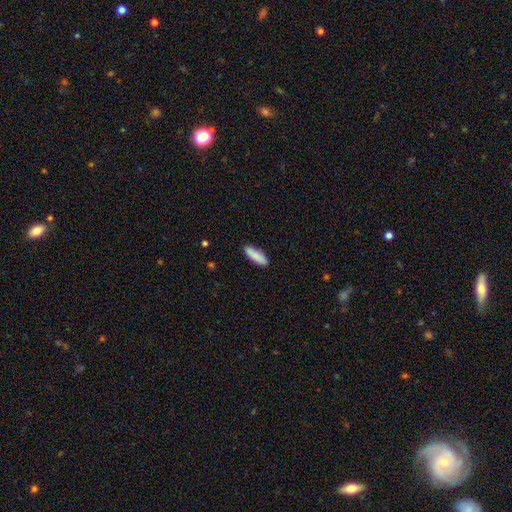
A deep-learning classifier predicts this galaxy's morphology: A smooth galaxy with no disk features (87%) that is cigar-shaped (50%). Merging: none (86%).